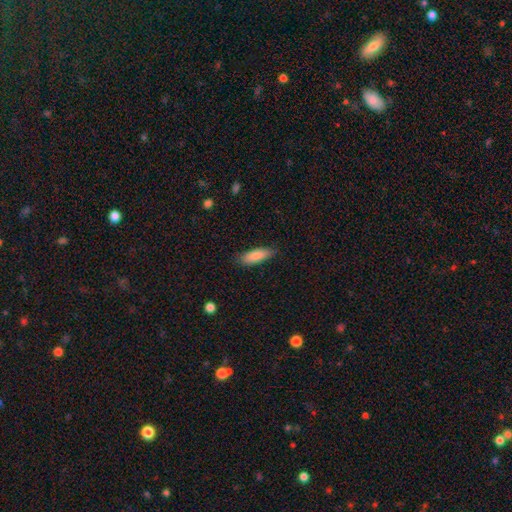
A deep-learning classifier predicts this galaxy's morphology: smooth_or_featured: smooth (p=0.86) [alt: featured or disk p=0.08]
how_rounded: in between (p=0.60) [alt: cigar-shaped p=0.39]
merging: none (p=0.83) [alt: minor disturbance p=0.14]